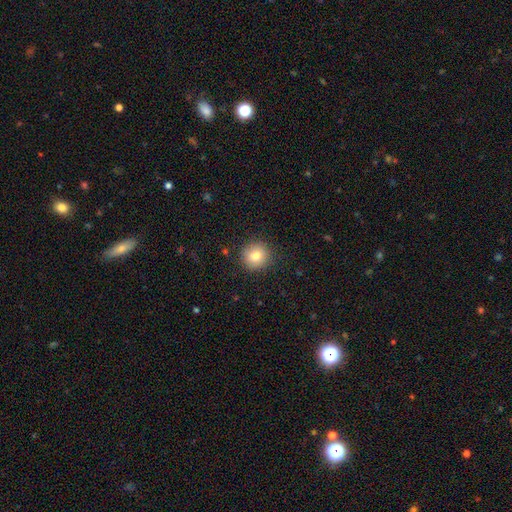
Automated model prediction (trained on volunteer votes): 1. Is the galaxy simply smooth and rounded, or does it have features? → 79% smooth, 11% star or artifact, 10% featured or disk.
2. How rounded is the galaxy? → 94% round, 5% in between, 1% cigar-shaped.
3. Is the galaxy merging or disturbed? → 90% none, 7% minor disturbance, 2% major disturbance, 1% merger.